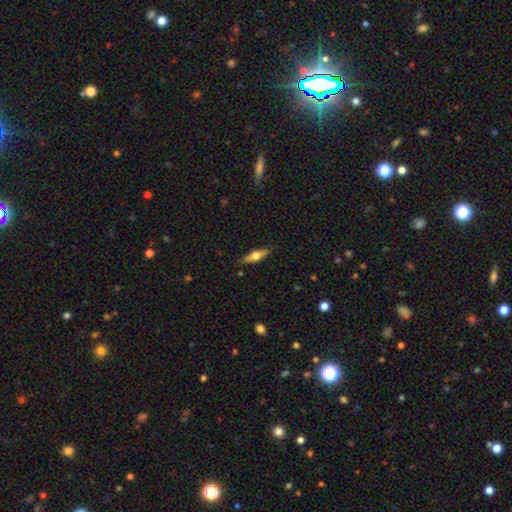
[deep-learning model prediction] This is possibly a featured or disk galaxy (49%). Merging: clearly none (85%).